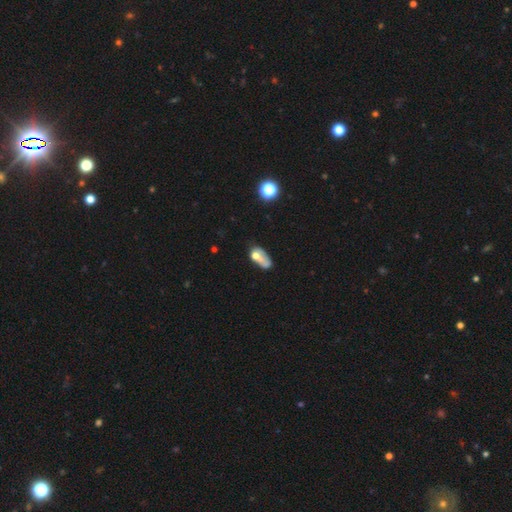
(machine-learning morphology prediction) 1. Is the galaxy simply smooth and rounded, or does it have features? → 55% smooth, 32% featured or disk, 12% star or artifact.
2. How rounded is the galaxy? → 83% in between, 11% round, 7% cigar-shaped.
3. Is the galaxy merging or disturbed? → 28% major disturbance, 27% none, 23% minor disturbance, 22% merger.